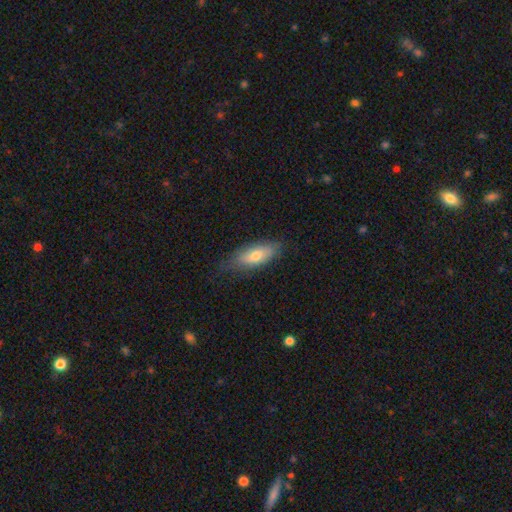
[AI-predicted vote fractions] smooth_or_featured: smooth (p=0.70) [alt: featured or disk p=0.24]
how_rounded: in between (p=0.76) [alt: cigar-shaped p=0.21]
merging: none (p=0.72) [alt: minor disturbance p=0.23]